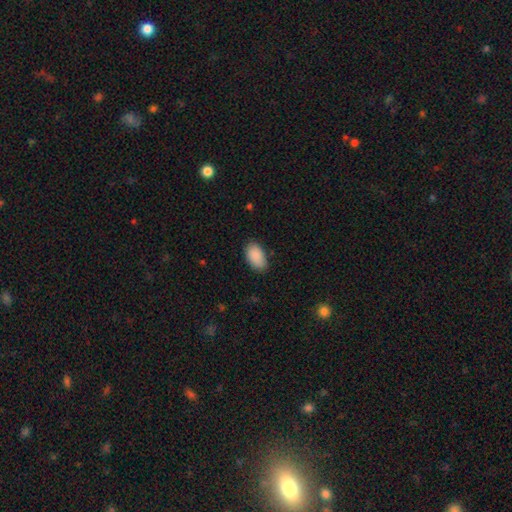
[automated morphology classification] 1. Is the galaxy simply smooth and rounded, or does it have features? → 90% smooth, 6% star or artifact, 4% featured or disk.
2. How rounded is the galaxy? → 94% in between, 4% round, 2% cigar-shaped.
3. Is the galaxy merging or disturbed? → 81% none, 15% minor disturbance, 3% major disturbance, 1% merger.